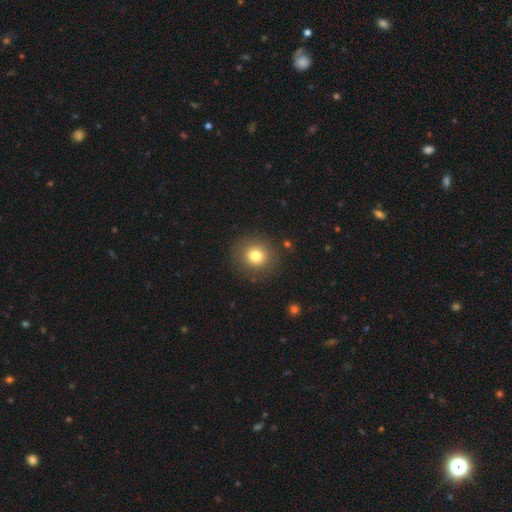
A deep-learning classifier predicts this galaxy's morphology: Smooth or featured: smooth — 78% (star or artifact — 12%)
How rounded: round — 89% (in between — 10%)
Merging: none — 88% (minor disturbance — 7%)